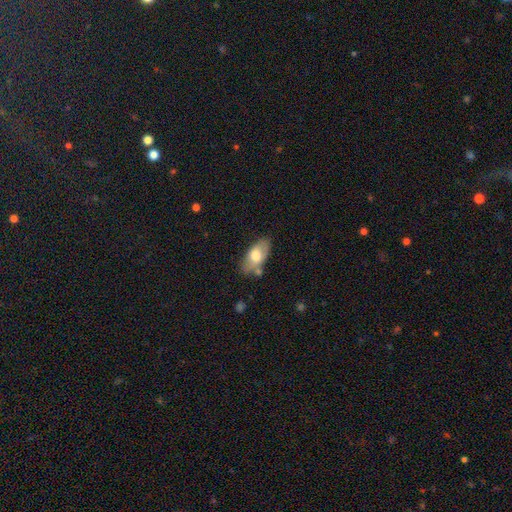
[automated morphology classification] Smooth or featured? Predicted: smooth (p=0.69). How rounded? Predicted: in between (p=0.91). Merging? Predicted: none (p=0.67).